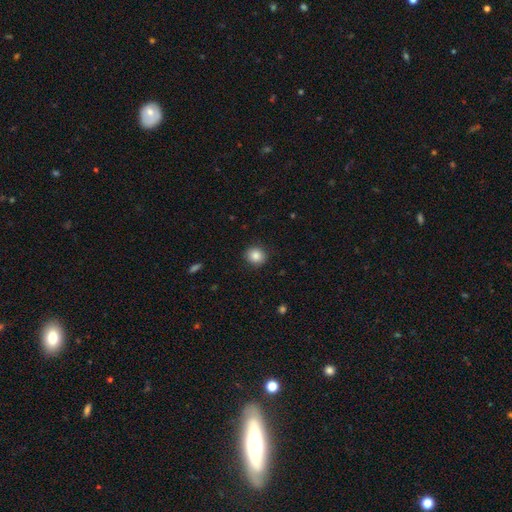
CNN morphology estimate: Q: Smooth or featured?
A: smooth (86%); runner-up: star or artifact (9%)
Q: How rounded?
A: round (85%); runner-up: in between (14%)
Q: Merging?
A: none (90%); runner-up: minor disturbance (7%)